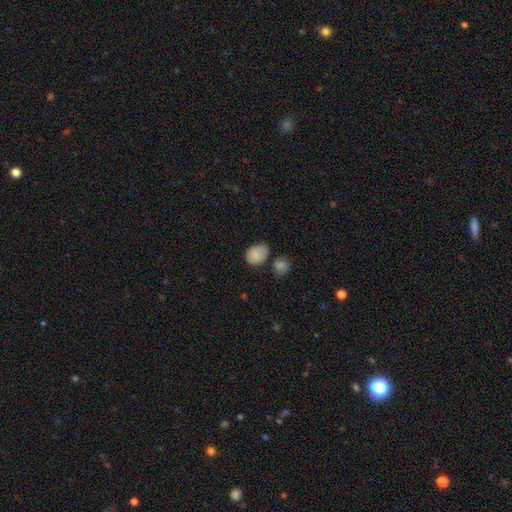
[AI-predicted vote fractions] smooth 85%, star or artifact 8%, featured or disk 7%. Down the decision tree: how rounded — in between (66%); merging — none (56%).